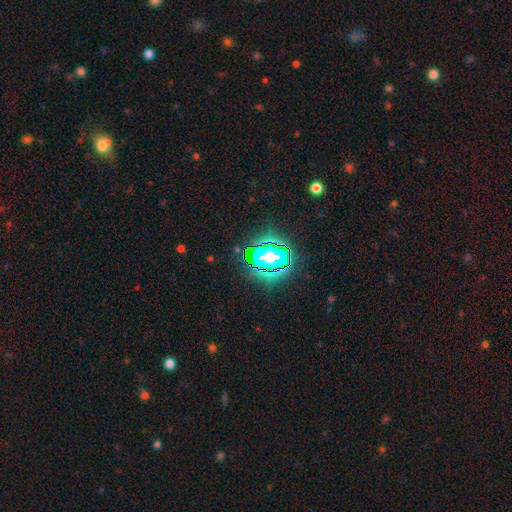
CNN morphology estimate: Smooth or featured? Predicted: star or artifact (p=0.80).